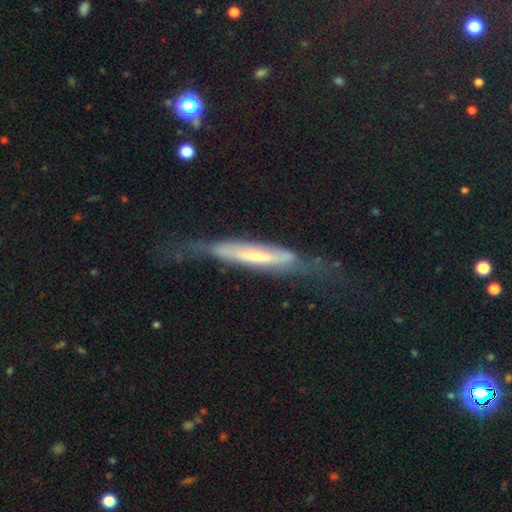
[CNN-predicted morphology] Overall: featured or disk (65%; smooth 29%). Edge-on disk: yes (68%; no 32%). Merging: none (49%; minor disturbance 26%).